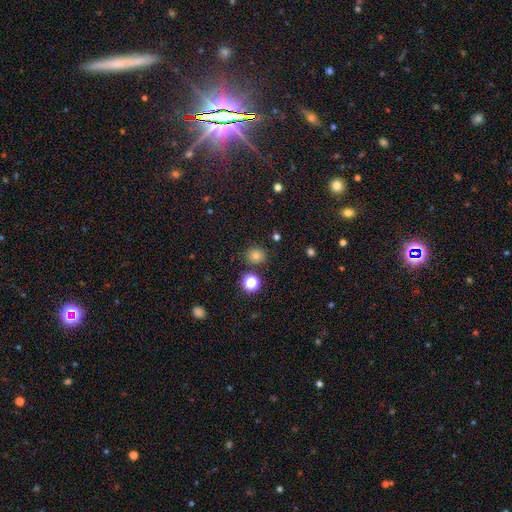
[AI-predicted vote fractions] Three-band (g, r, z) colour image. It shows a smooth galaxy with no disk features (74%) that is round (86%). Merging: none (86%).